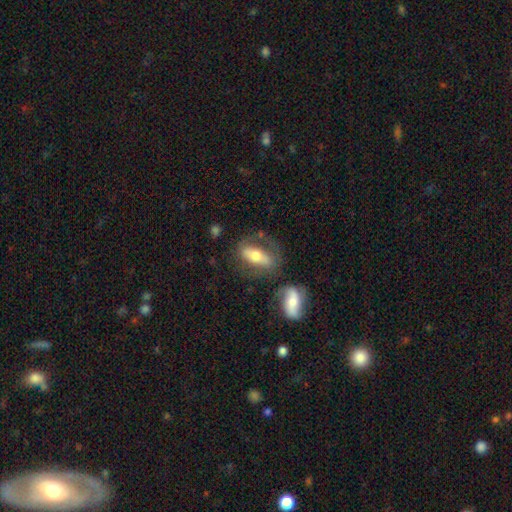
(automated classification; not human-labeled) Smooth or featured? featured or disk (47%)
Merging? none (51%)